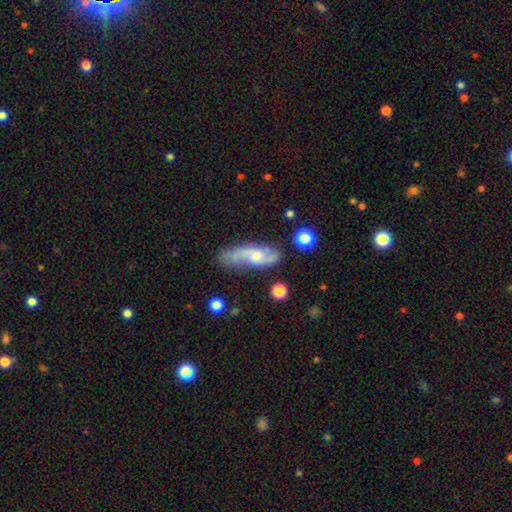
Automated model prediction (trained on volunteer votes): featured or disk 67%, smooth 26%, star or artifact 7%. Down the decision tree: edge-on disk — no (83%); bar — no (60%); spiral arms — yes (91%); spiral arm count — 2 (80%); spiral winding — loose (53%); bulge size — moderate (45%); merging — none (64%).